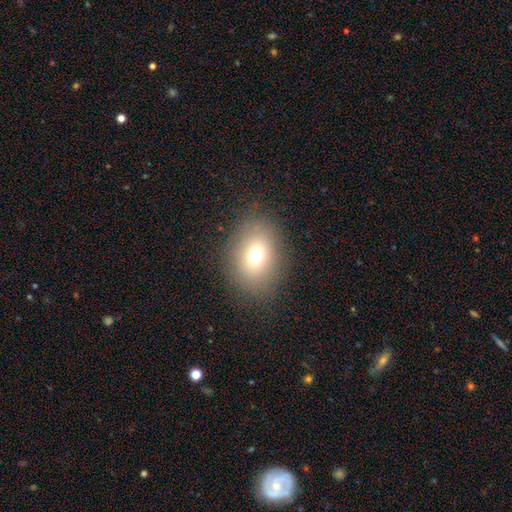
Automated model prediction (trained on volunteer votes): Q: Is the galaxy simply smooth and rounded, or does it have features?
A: smooth — 71%.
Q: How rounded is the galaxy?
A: in between — 57%.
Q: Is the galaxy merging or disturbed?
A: none — 83%.